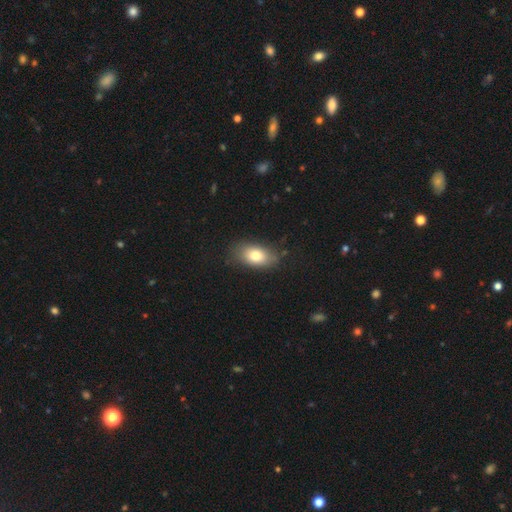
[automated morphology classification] smooth-or-featured: smooth: 78% | featured or disk: 14% | star or artifact: 8%
  how-rounded: in between: 90% | round: 8% | cigar-shaped: 3%
  merging: none: 78% | minor disturbance: 16% | major disturbance: 4% | merger: 2%